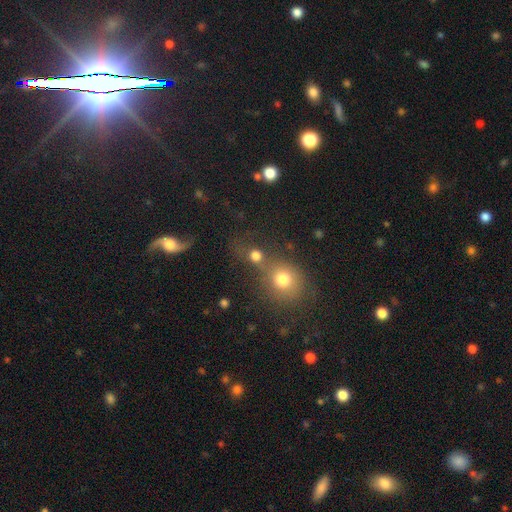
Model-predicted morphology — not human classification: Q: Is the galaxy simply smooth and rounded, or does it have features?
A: smooth — 73%.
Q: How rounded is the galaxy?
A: round — 83%.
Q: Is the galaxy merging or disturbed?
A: none — 43%.